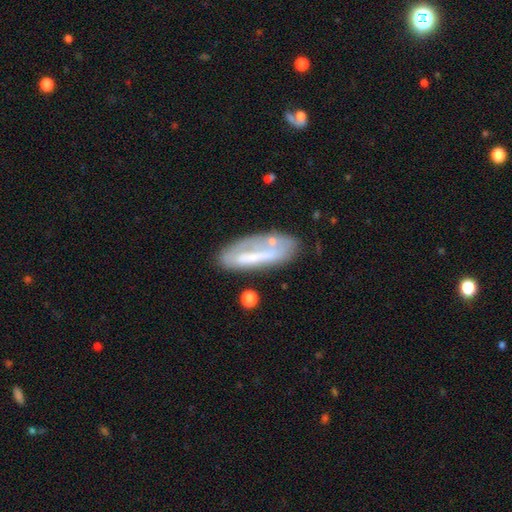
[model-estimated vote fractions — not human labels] Smooth or featured: featured or disk — 48% (smooth — 43%)
Merging: none — 57% (minor disturbance — 23%)